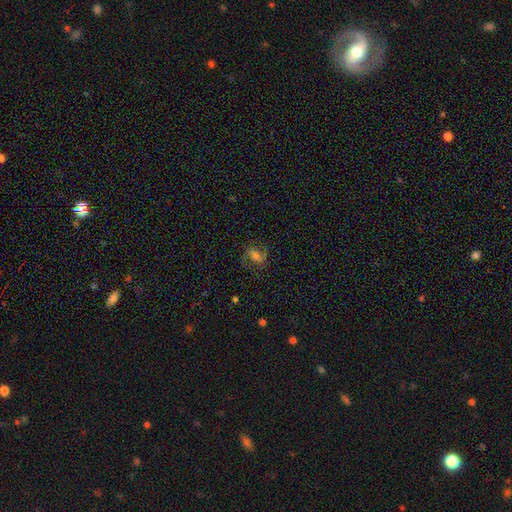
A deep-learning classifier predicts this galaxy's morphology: The model was most divided on "bulge size": moderate: 36%, small: 29%, large: 16%, none: 16%, dominant: 3%. Remaining: edge-on disk — no (96%); spiral arms — yes (90%); spiral arm count — 2 (87%); merging — none (75%); smooth or featured — featured or disk (60%); spiral winding — medium (51%); bar — weak (46%).